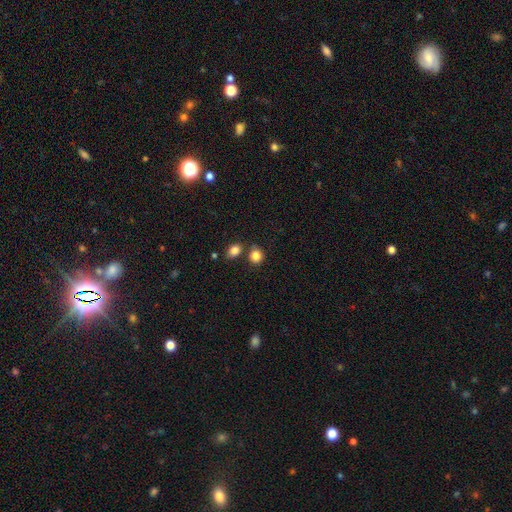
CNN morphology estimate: This is clearly a smooth galaxy (84%). How rounded: likely round (72%). Merging: likely none (67%).